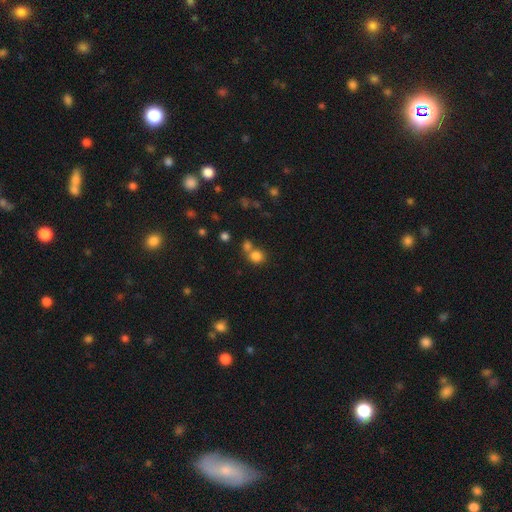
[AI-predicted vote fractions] Smooth or featured? smooth (80%)
How rounded? round (82%)
Merging? none (54%)